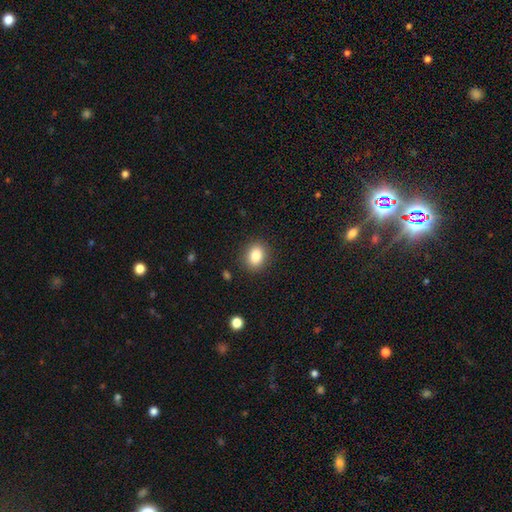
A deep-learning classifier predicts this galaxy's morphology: Q: Smooth or featured?
A: smooth (85%); runner-up: star or artifact (9%)
Q: How rounded?
A: in between (51%); runner-up: round (47%)
Q: Merging?
A: none (88%); runner-up: minor disturbance (8%)